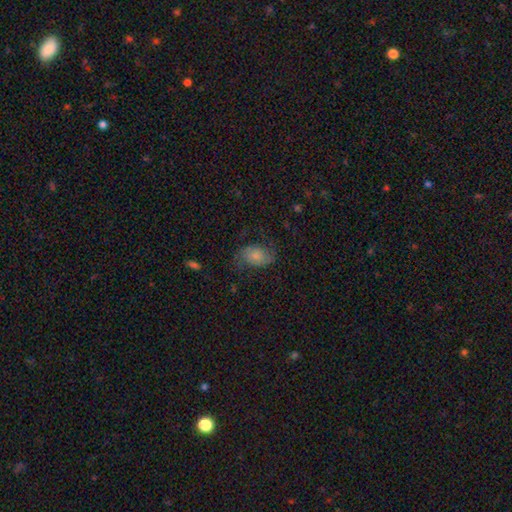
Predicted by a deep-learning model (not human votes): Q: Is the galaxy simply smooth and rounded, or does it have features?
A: featured or disk — 47%.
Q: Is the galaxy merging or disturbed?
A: none — 64%.